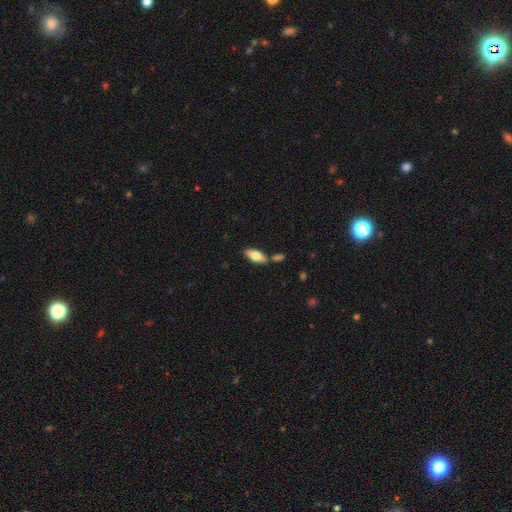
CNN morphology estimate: Smooth or featured? smooth (70%)
How rounded? in between (78%)
Merging? none (73%)